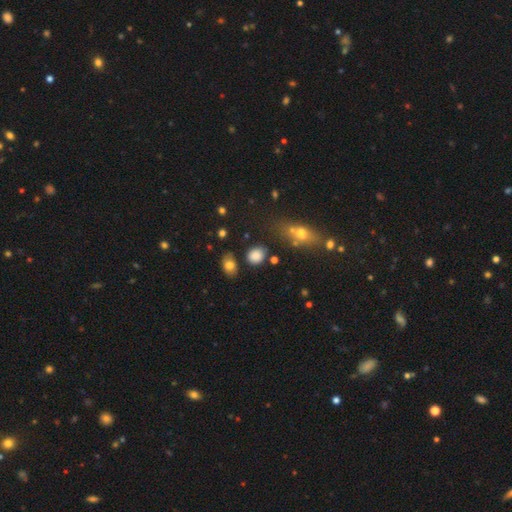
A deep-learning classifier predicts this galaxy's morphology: The model was most divided on "how rounded": round: 64%, in between: 34%, cigar-shaped: 2%. More confident: smooth or featured — smooth (83%); merging — none (76%).